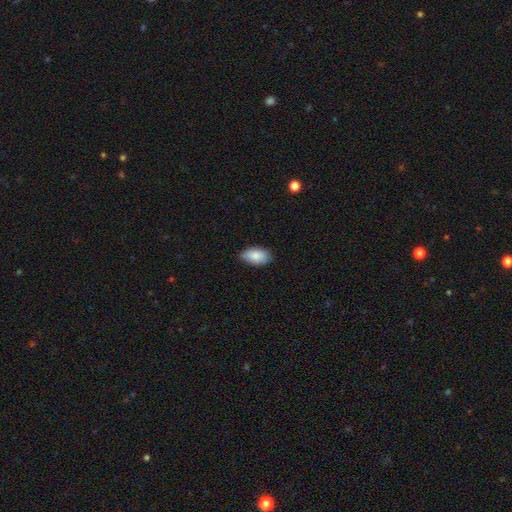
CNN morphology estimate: Smooth or featured: smooth — 87% (star or artifact — 6%)
How rounded: in between — 94% (round — 5%)
Merging: none — 80% (minor disturbance — 17%)